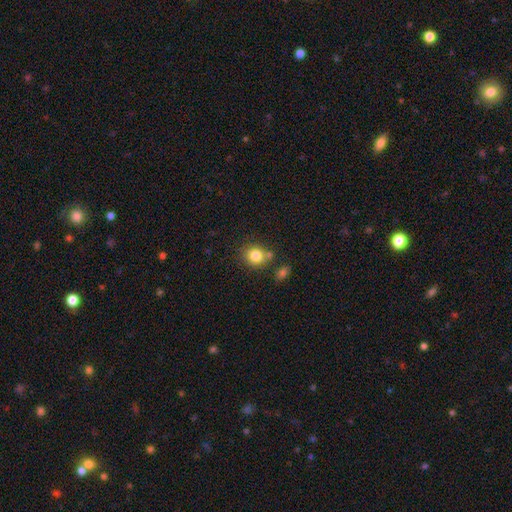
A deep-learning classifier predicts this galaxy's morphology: This is clearly a smooth galaxy (82%). How rounded: likely round (79%). Merging: likely none (69%).